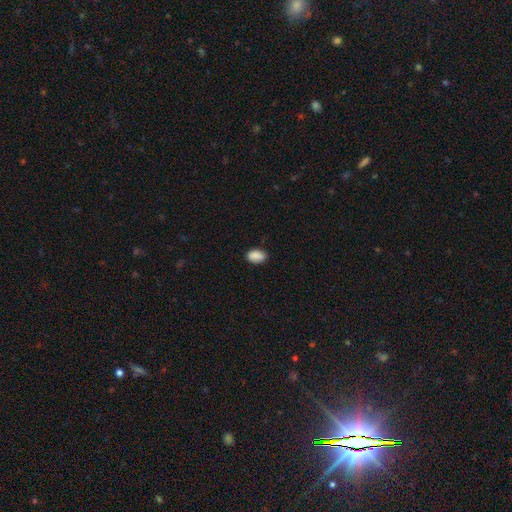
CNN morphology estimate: The model was most divided on "merging": none: 86%, minor disturbance: 11%, major disturbance: 2%, merger: 1%. More confident: how rounded — in between (90%); smooth or featured — smooth (89%).